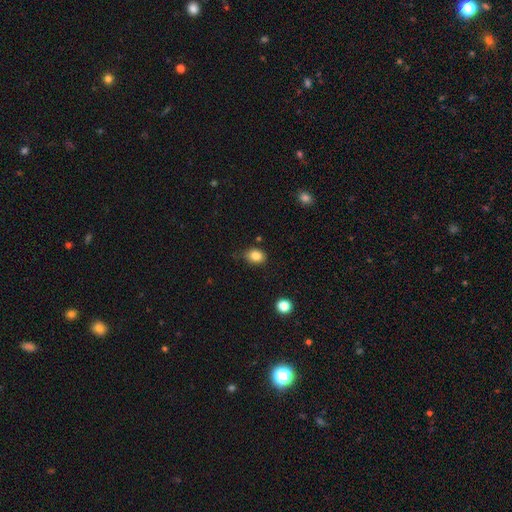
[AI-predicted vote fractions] smooth_or_featured: smooth (p=0.84) [alt: star or artifact p=0.10]
how_rounded: in between (p=0.62) [alt: round p=0.37]
merging: none (p=0.77) [alt: minor disturbance p=0.17]